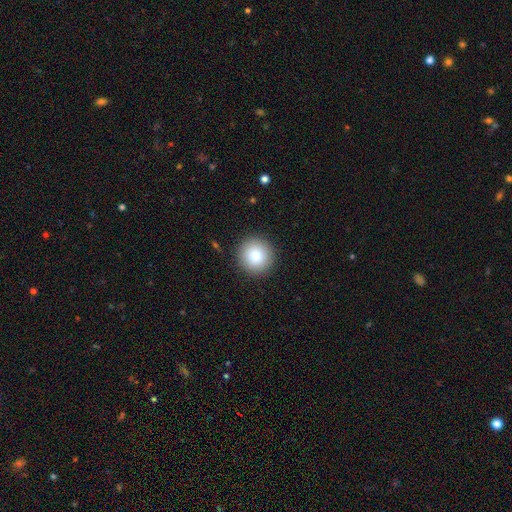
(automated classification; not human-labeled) Morphology: type=smooth (80%); roundness=round (96%); merging=none (92%).